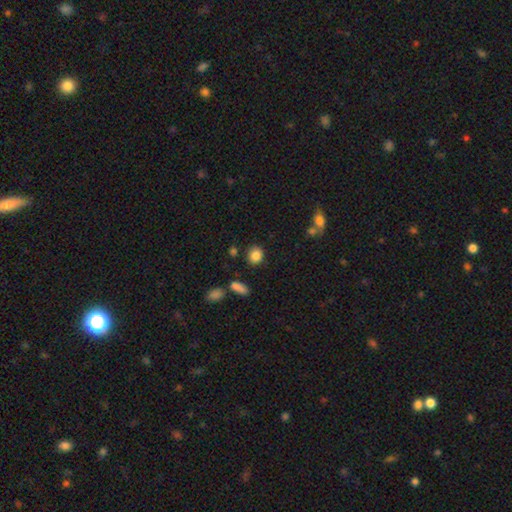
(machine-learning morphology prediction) A smooth galaxy with no disk features (86%) that is round (73%). Merging: none (83%).